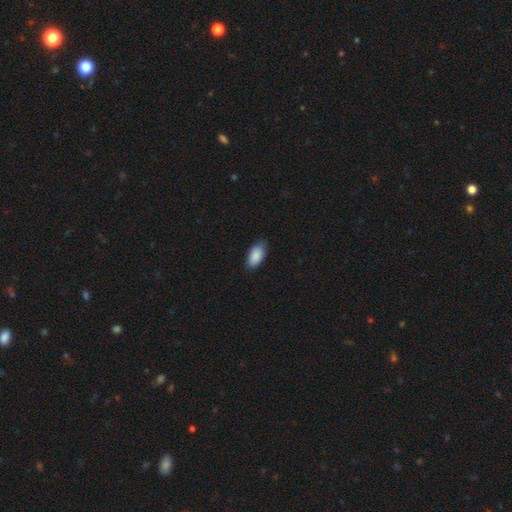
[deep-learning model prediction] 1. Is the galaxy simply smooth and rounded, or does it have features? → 89% smooth, 6% star or artifact, 5% featured or disk.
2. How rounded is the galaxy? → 94% in between, 3% cigar-shaped, 3% round.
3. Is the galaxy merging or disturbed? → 81% none, 16% minor disturbance, 2% major disturbance, 1% merger.